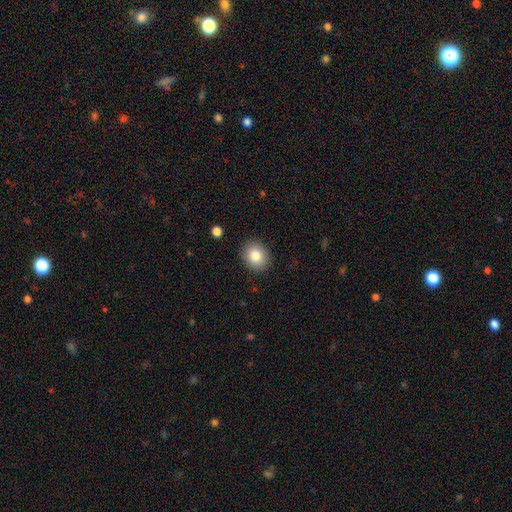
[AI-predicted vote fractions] Smooth or featured? Predicted: smooth (p=0.83). How rounded? Predicted: round (p=0.62). Merging? Predicted: none (p=0.89).